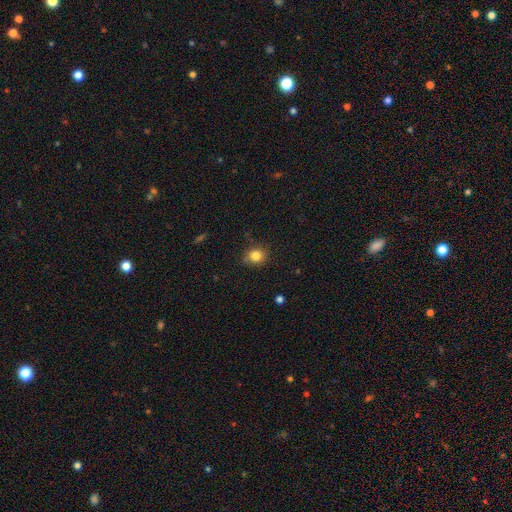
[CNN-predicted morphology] A smooth galaxy with no disk features (83%) that is round (76%).

Vote fractions:
- Smooth or featured? smooth: 83% / star or artifact: 11% / featured or disk: 6%
- How rounded? round: 76% / in between: 23% / cigar-shaped: 1%
- Merging? none: 80% / minor disturbance: 16% / major disturbance: 3% / merger: 1%